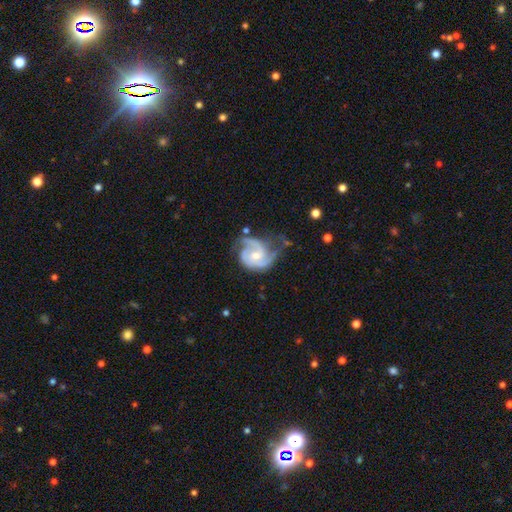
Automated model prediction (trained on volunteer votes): Smooth or featured: featured or disk — 89% (smooth — 7%)
Edge-on disk: no — 98% (yes — 2%)
Bar: no — 61% (weak — 32%)
Spiral arms: yes — 97% (no — 3%)
Spiral winding: medium — 47% (tight — 41%)
Spiral arm count: 2 — 60% (3 — 23%)
Bulge size: moderate — 50% (small — 46%)
Merging: none — 51% (minor disturbance — 28%)